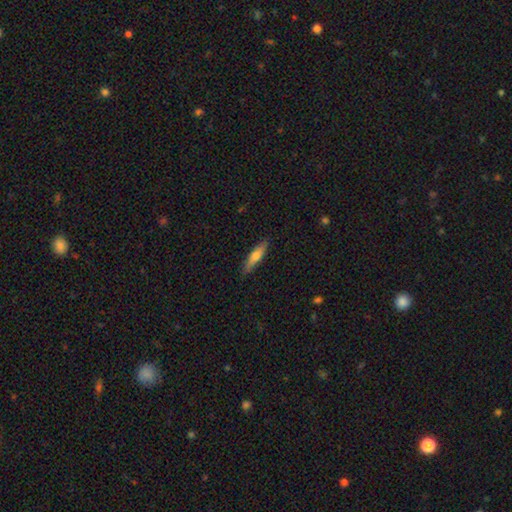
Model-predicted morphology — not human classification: Smooth or featured?
  - smooth: 58% *
  - featured or disk: 35%
  - star or artifact: 6%
How rounded?
  - cigar-shaped: 75% *
  - in between: 23%
  - round: 2%
Merging?
  - none: 87% *
  - minor disturbance: 10%
  - major disturbance: 2%
  - merger: 1%